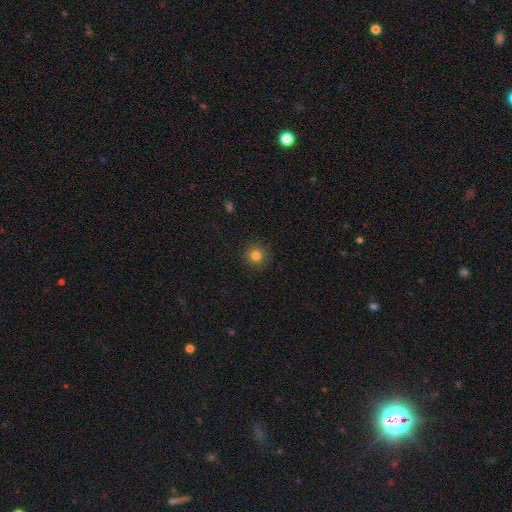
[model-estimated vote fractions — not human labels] A smooth galaxy with no disk features (82%) that is round (94%). Merging: none (91%).